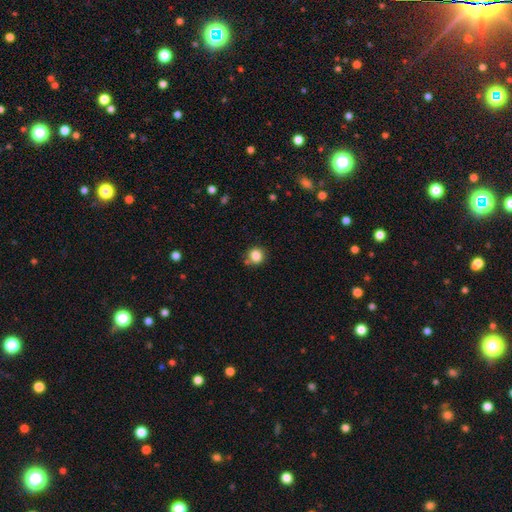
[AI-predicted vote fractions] Morphology: type=smooth (84%); roundness=round (90%); merging=none (79%).